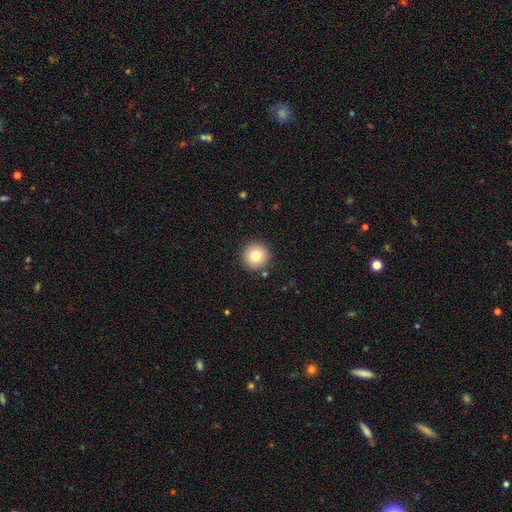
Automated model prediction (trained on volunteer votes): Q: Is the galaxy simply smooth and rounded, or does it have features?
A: smooth — 78%.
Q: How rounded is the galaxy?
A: round — 96%.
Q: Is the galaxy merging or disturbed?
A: none — 90%.